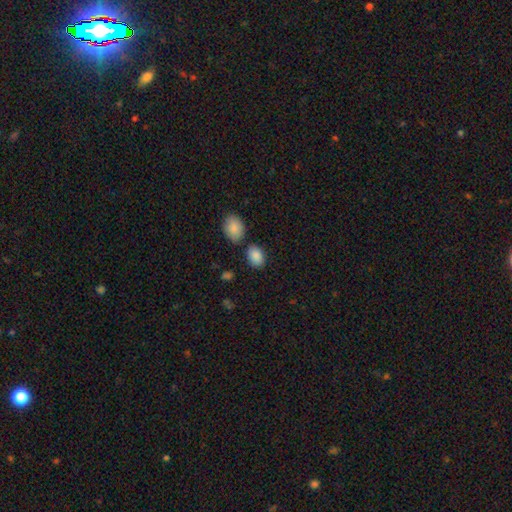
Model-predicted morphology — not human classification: Overall: smooth (88%). How rounded: in between (81%). Merging: none (72%).